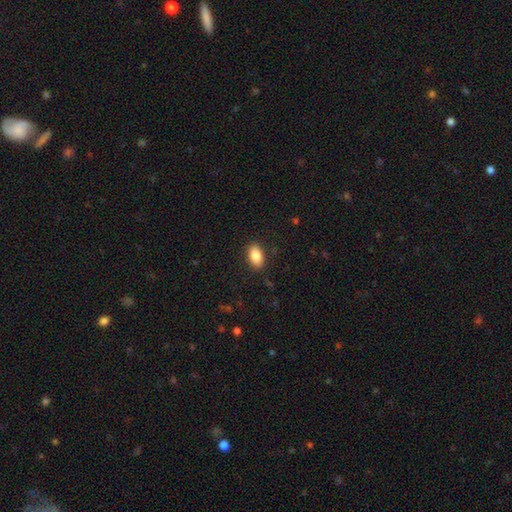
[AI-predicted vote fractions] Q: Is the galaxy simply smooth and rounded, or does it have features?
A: smooth — 87%.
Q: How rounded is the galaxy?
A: in between — 92%.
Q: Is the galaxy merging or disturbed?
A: none — 88%.